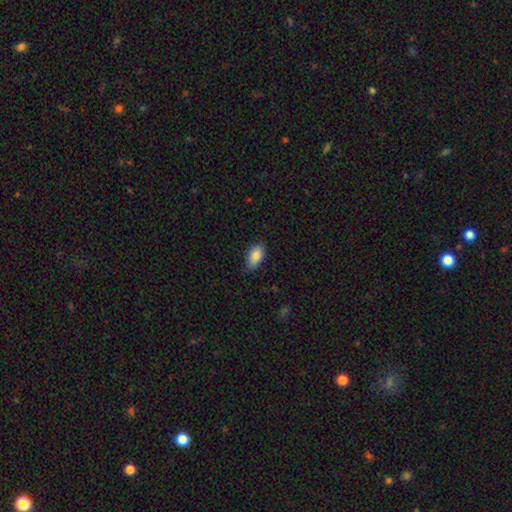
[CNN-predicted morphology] Smooth or featured? Predicted: smooth (p=0.87). How rounded? Predicted: in between (p=0.92). Merging? Predicted: none (p=0.77).